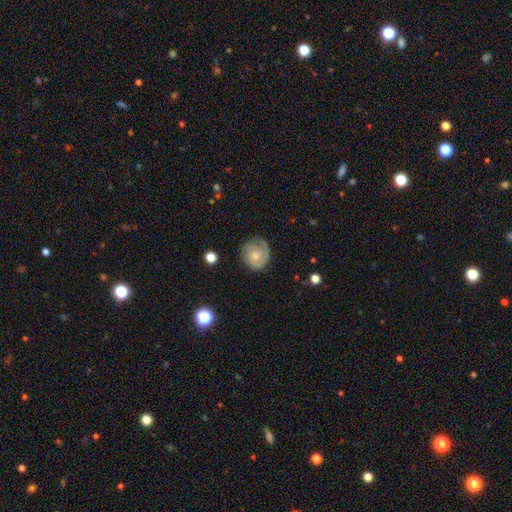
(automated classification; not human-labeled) Q: Smooth or featured?
A: featured or disk (72%); runner-up: smooth (22%)
Q: Edge-on disk?
A: no (98%); runner-up: yes (2%)
Q: Bar?
A: no (73%); runner-up: weak (24%)
Q: Spiral arms?
A: yes (94%); runner-up: no (6%)
Q: Spiral winding?
A: tight (61%); runner-up: medium (31%)
Q: Spiral arm count?
A: 2 (49%); runner-up: 1 (19%)
Q: Bulge size?
A: small (48%); runner-up: moderate (42%)
Q: Merging?
A: none (75%); runner-up: minor disturbance (17%)